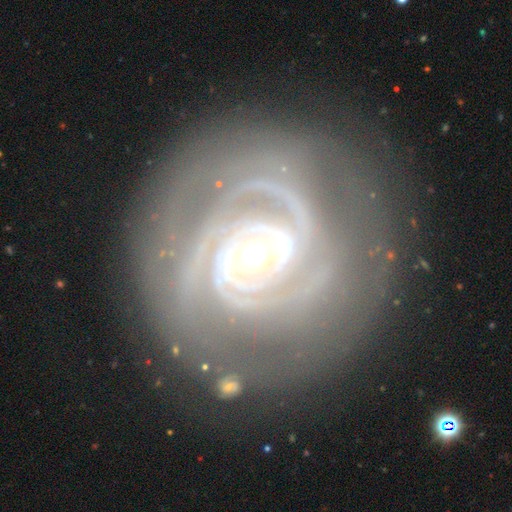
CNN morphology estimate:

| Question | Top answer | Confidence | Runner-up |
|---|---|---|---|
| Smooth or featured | featured or disk | 90% | star or artifact (5%) |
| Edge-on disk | no | 97% | yes (3%) |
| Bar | no | 41% | weak (35%) |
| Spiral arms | yes | 98% | no (2%) |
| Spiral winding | tight | 80% | medium (17%) |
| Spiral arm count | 2 | 35% | 3 (25%) |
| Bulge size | moderate | 53% | small (40%) |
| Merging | none | 79% | minor disturbance (14%) |